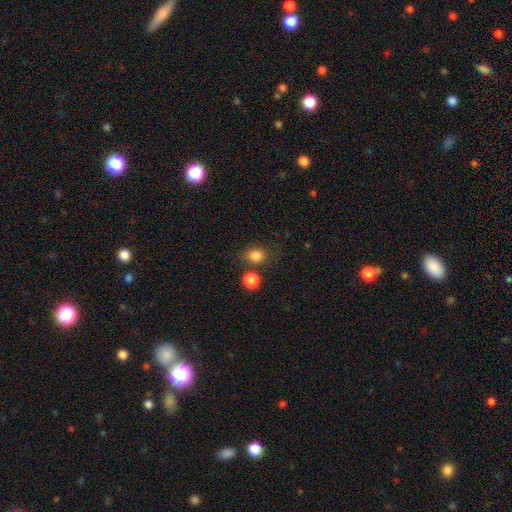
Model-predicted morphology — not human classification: smooth_or_featured: smooth (p=0.83) [alt: star or artifact p=0.12]
how_rounded: round (p=0.69) [alt: in between p=0.30]
merging: none (p=0.70) [alt: merger p=0.13]